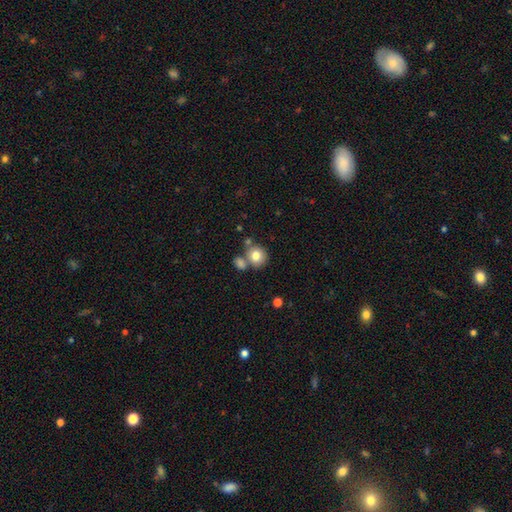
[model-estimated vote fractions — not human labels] A smooth galaxy with no disk features (79%) that is round (79%).

Vote fractions:
- Smooth or featured? smooth: 79% / featured or disk: 12% / star or artifact: 9%
- How rounded? round: 79% / in between: 20% / cigar-shaped: 1%
- Merging? none: 54% / merger: 30% / minor disturbance: 11% / major disturbance: 4%